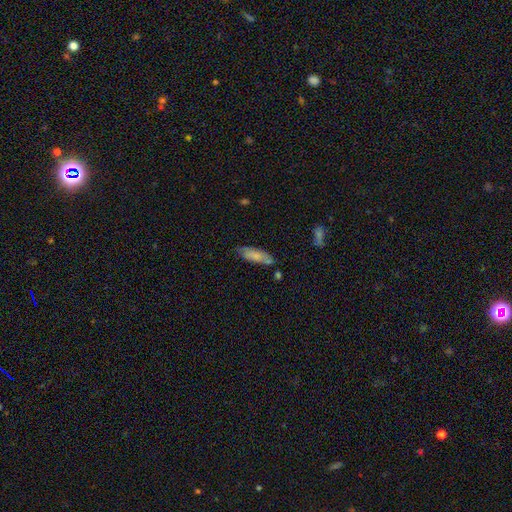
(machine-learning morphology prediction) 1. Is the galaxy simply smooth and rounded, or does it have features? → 74% smooth, 19% featured or disk, 7% star or artifact.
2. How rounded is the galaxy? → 54% in between, 44% cigar-shaped, 2% round.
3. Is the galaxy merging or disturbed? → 65% none, 22% minor disturbance, 8% merger, 5% major disturbance.